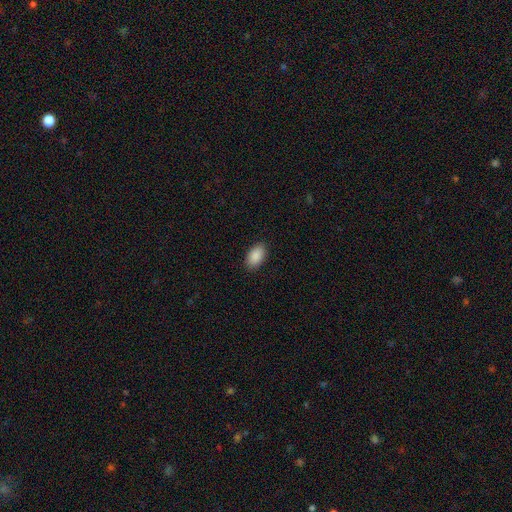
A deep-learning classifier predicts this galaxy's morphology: smooth 90%, star or artifact 6%, featured or disk 4%. Down the decision tree: how rounded — in between (94%); merging — none (88%).